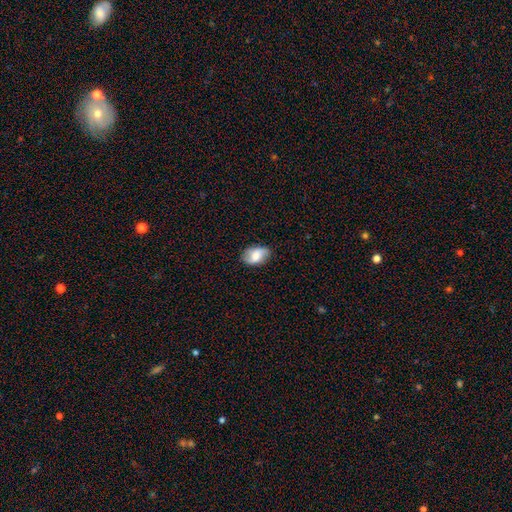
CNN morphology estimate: Smooth or featured: smooth — 60% (featured or disk — 32%)
How rounded: in between — 86% (round — 12%)
Merging: none — 80% (minor disturbance — 15%)